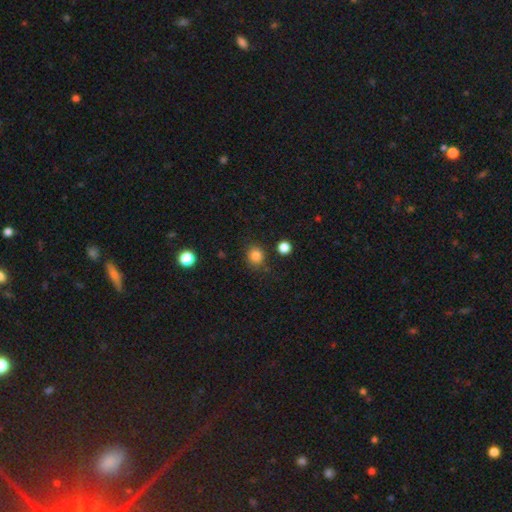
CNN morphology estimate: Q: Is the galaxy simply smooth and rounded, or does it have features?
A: smooth — 84%.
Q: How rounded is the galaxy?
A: round — 84%.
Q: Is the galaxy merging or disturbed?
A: none — 82%.